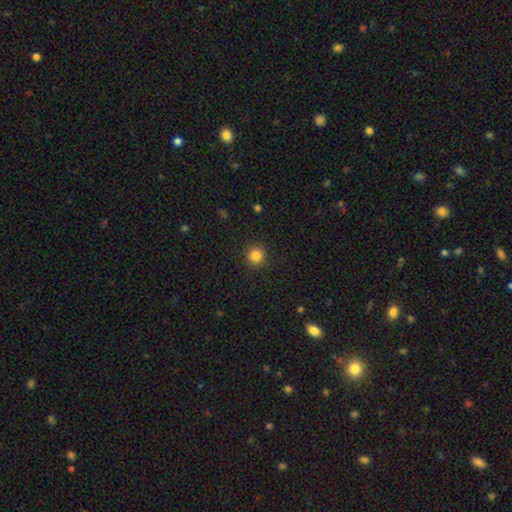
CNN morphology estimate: smooth-or-featured: smooth: 84% | star or artifact: 12% | featured or disk: 4%
  how-rounded: round: 94% | in between: 5% | cigar-shaped: 1%
  merging: none: 91% | minor disturbance: 6% | major disturbance: 2% | merger: 1%